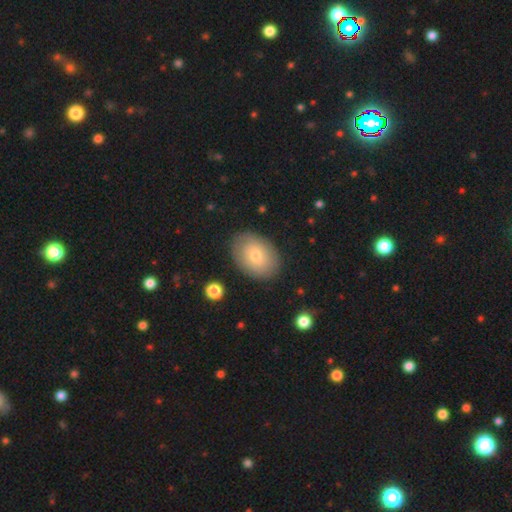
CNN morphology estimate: This is likely a smooth galaxy (60%). How rounded: likely in between (79%). Merging: clearly none (84%).